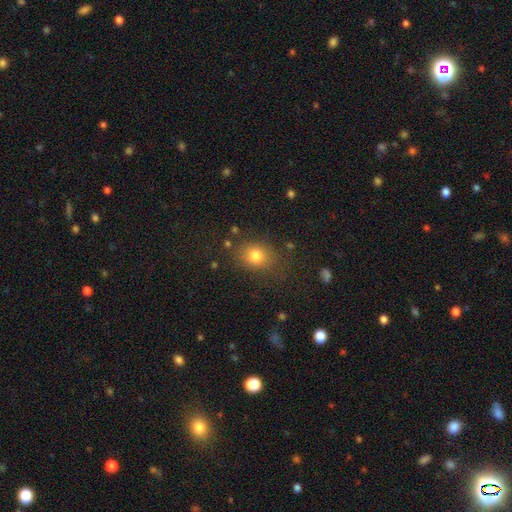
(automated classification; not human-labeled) Smooth or featured? smooth (78%)
How rounded? round (59%)
Merging? none (78%)